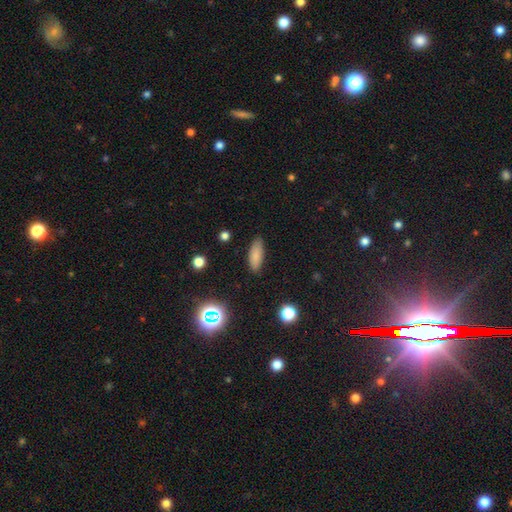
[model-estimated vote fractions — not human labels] The model was most divided on "how rounded": in between: 68%, cigar-shaped: 30%, round: 2%. More confident: merging — none (86%); smooth or featured — smooth (83%).